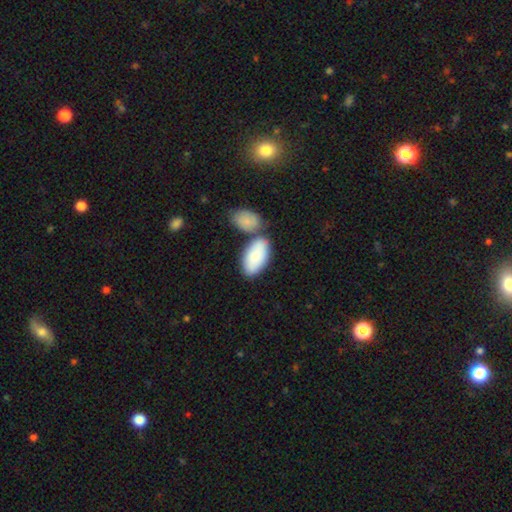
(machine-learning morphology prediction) type=smooth (82%); roundness=in between (95%); merging=none (50%).